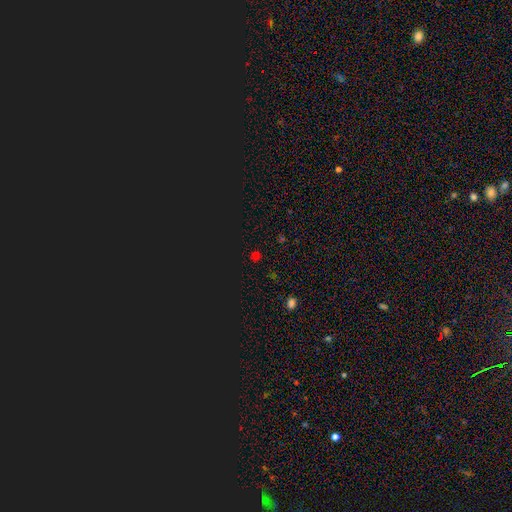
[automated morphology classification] Smooth or featured? Predicted: star or artifact (p=0.54).